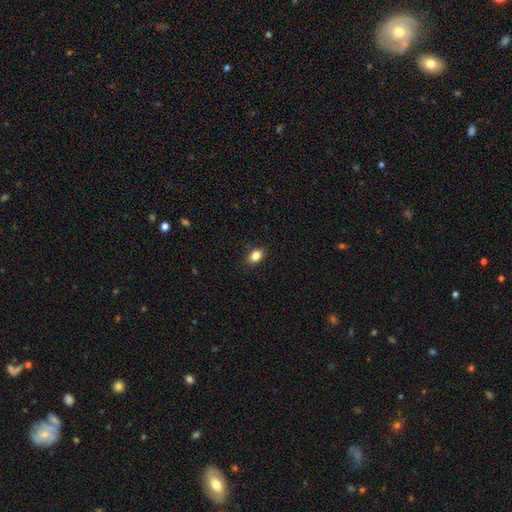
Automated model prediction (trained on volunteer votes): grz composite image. It shows a smooth galaxy with no disk features (85%) that is in between round and cigar-shaped (83%). Merging: none (88%).